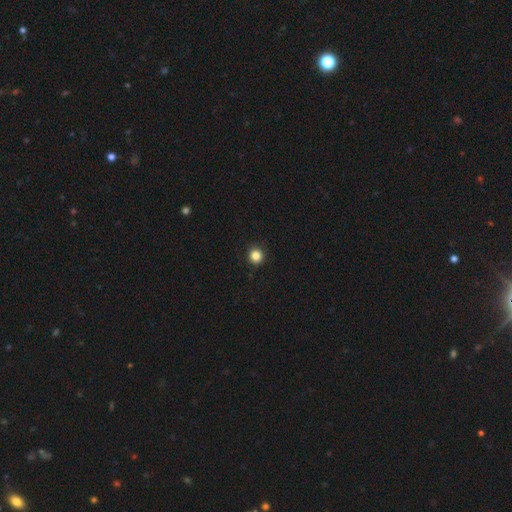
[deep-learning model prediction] This is clearly a smooth galaxy (85%). How rounded: clearly round (94%). Merging: clearly none (93%).